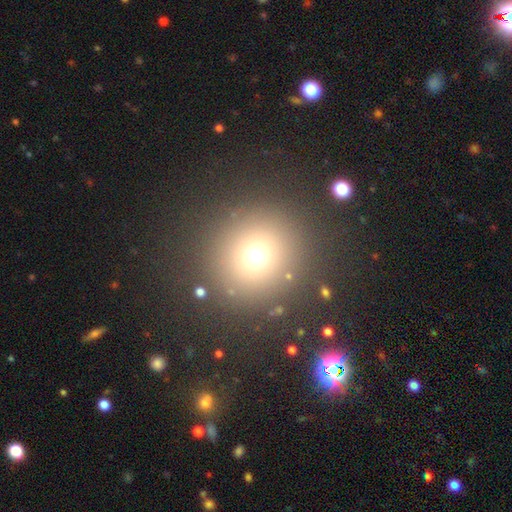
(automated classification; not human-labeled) smooth_or_featured: smooth (p=0.69) [alt: star or artifact p=0.22]
how_rounded: round (p=0.93) [alt: in between p=0.06]
merging: none (p=0.87) [alt: minor disturbance p=0.06]